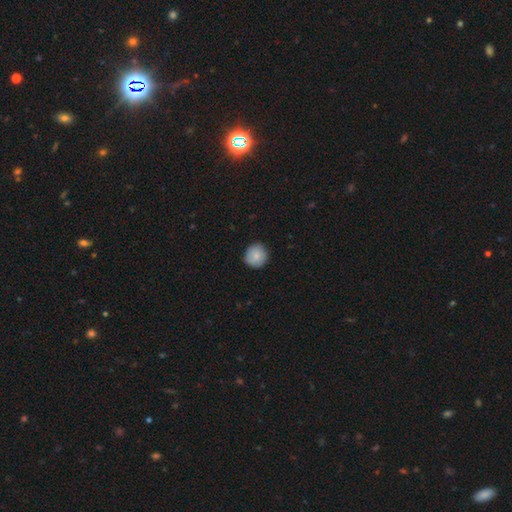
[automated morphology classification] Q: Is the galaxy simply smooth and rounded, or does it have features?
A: smooth — 84%.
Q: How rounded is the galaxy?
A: round — 93%.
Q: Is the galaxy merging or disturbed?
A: none — 89%.